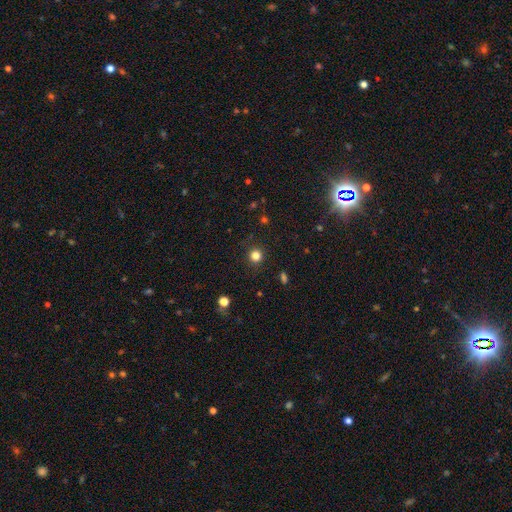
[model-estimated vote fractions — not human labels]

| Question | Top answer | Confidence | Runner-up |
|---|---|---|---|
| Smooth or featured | smooth | 81% | star or artifact (14%) |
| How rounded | round | 94% | in between (5%) |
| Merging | none | 91% | minor disturbance (6%) |